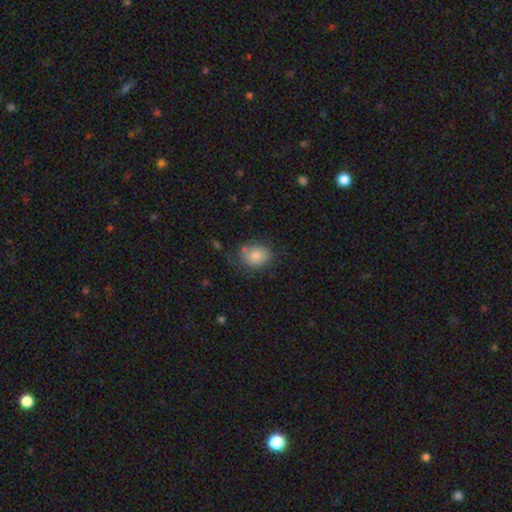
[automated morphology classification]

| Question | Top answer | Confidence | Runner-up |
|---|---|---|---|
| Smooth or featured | smooth | 82% | featured or disk (9%) |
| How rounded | in between | 52% | round (47%) |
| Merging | none | 67% | minor disturbance (22%) |